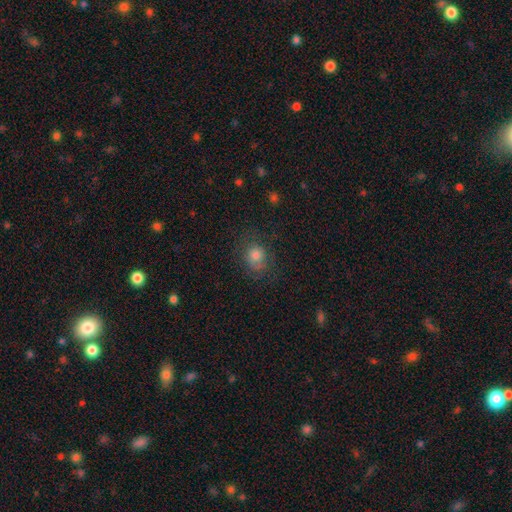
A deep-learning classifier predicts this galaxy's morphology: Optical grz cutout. It shows a smooth galaxy with no disk features (77%) that is round (71%). Merging: none (68%).